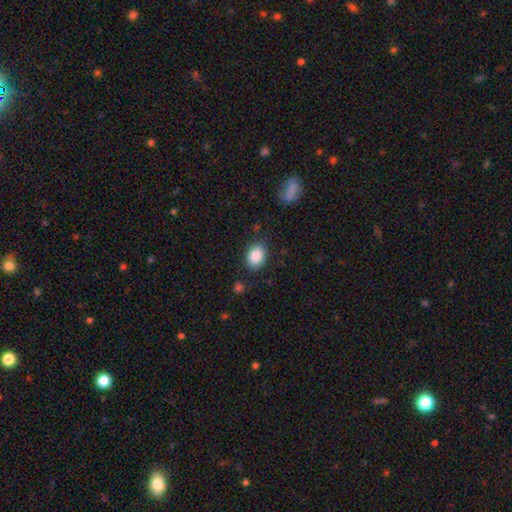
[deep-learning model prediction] Smooth or featured? smooth (87%)
How rounded? in between (74%)
Merging? none (81%)